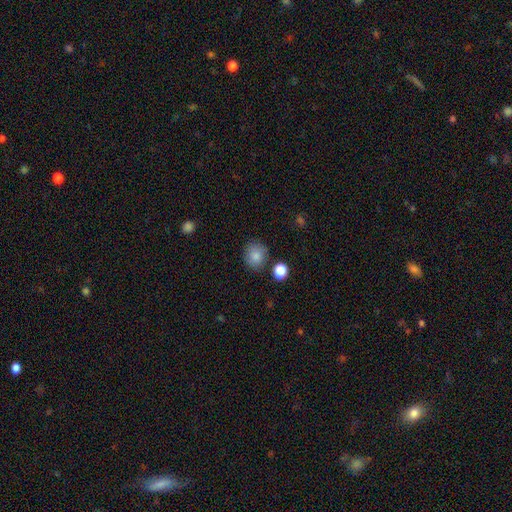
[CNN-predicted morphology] A smooth galaxy with no disk features (85%) that is round (77%). Merging: none (80%).